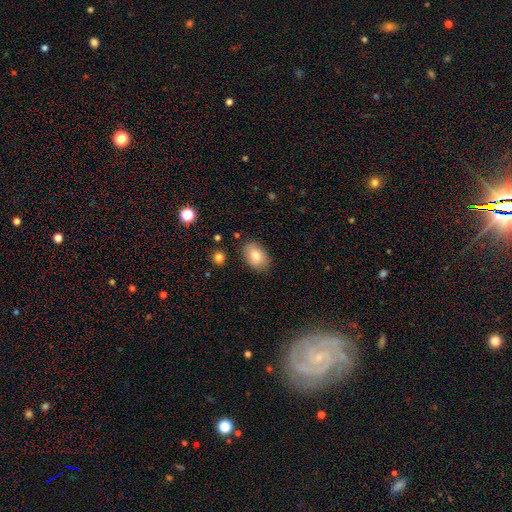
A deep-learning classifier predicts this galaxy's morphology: The model was most divided on "merging": none: 83%, minor disturbance: 13%, major disturbance: 3%, merger: 2%. More confident: how rounded — in between (86%); smooth or featured — smooth (83%).